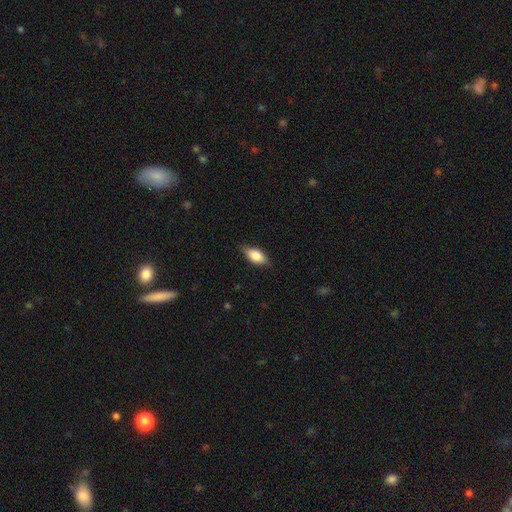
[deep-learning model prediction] Overall: smooth (78%). How rounded: in between (85%). Merging: none (81%).